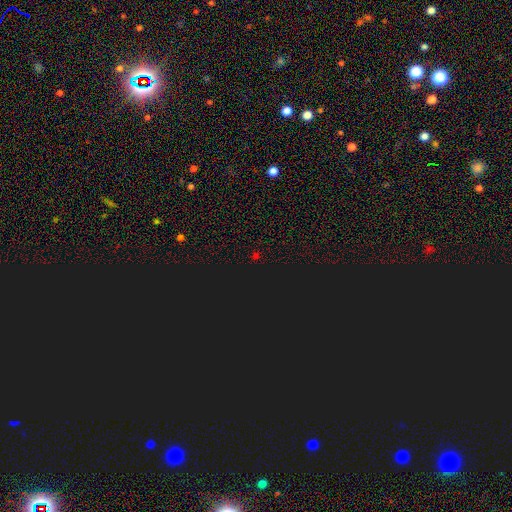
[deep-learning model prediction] Smooth or featured: star or artifact — 73% (smooth — 21%)